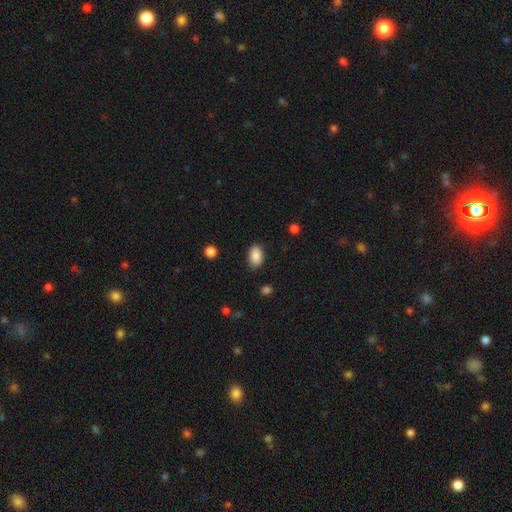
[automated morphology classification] This is clearly a smooth galaxy (87%). How rounded: clearly in between (91%). Merging: clearly none (84%).